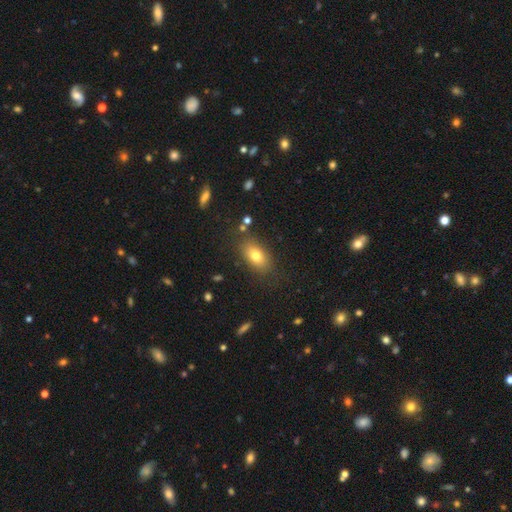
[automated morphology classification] smooth 76%, featured or disk 13%, star or artifact 10%. Down the decision tree: how rounded — in between (84%); merging — none (81%).